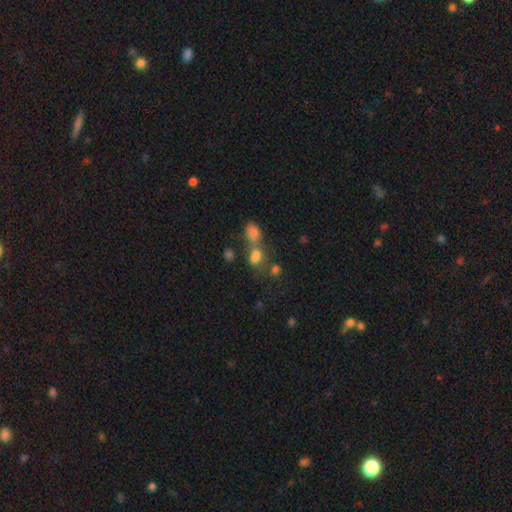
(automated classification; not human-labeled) The model was most divided on "merging": merger: 51%, none: 30%, minor disturbance: 10%, major disturbance: 8%. More confident: smooth or featured — smooth (70%); how rounded — in between (67%).